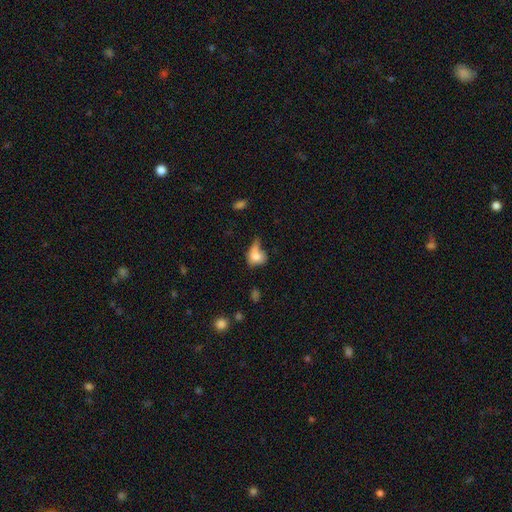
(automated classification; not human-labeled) The model was most divided on "merging": major disturbance: 29%, none: 28%, minor disturbance: 27%, merger: 16%. More confident: smooth or featured — smooth (70%); how rounded — in between (58%).